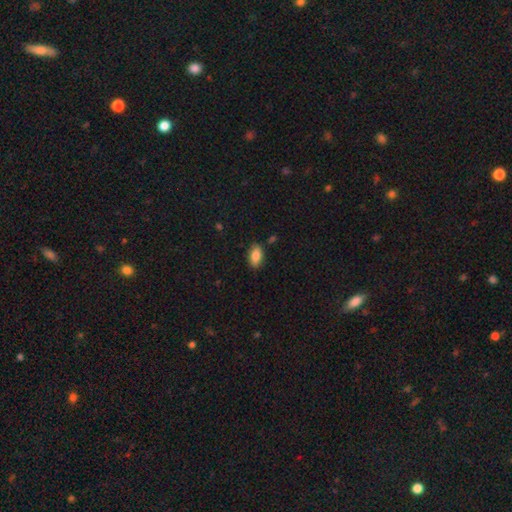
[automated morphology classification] A smooth galaxy with no disk features (85%) that is in between round and cigar-shaped (92%).

Vote fractions:
- Smooth or featured? smooth: 85% / star or artifact: 7% / featured or disk: 7%
- How rounded? in between: 92% / round: 5% / cigar-shaped: 3%
- Merging? none: 83% / minor disturbance: 12% / major disturbance: 2% / merger: 2%